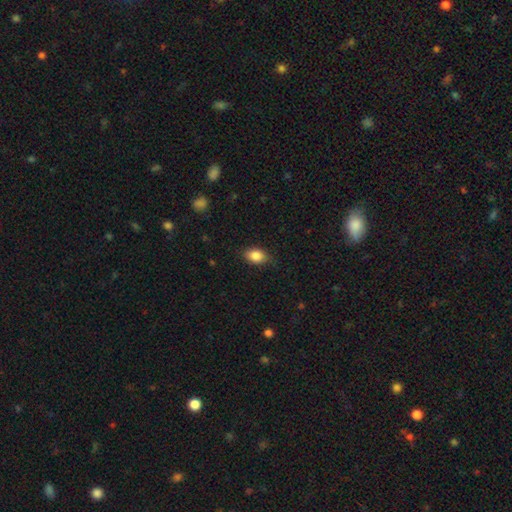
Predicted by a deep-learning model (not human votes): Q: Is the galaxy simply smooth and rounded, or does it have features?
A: smooth — 85%.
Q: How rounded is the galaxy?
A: in between — 84%.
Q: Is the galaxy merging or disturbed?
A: none — 83%.